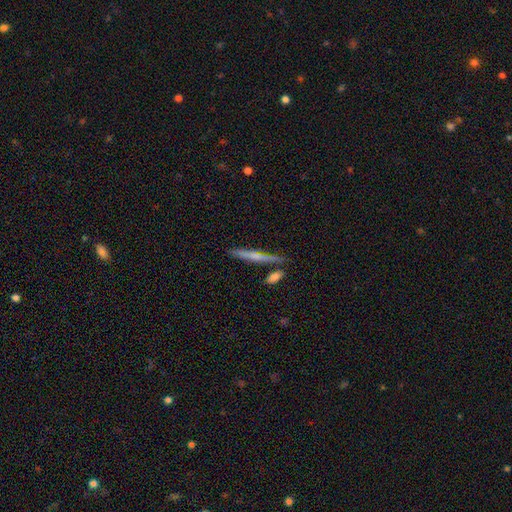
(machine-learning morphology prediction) Q: Smooth or featured?
A: smooth (48%); runner-up: featured or disk (45%)
Q: Merging?
A: none (82%); runner-up: minor disturbance (9%)